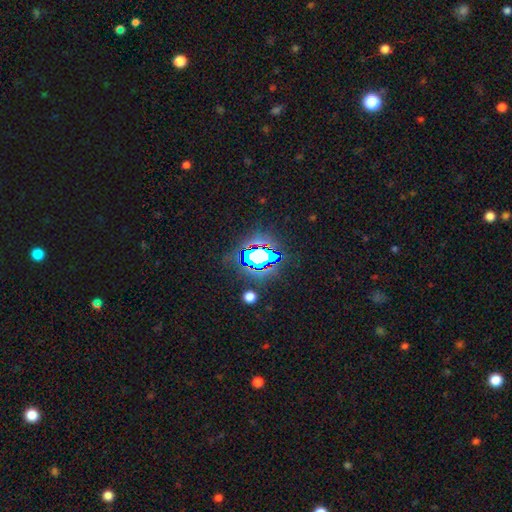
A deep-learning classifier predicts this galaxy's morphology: This is likely a star or artifact rather than a galaxy (66%).